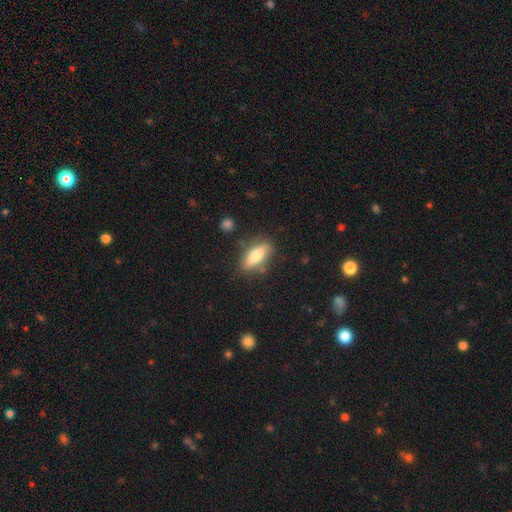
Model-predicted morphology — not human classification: Smooth or featured?
  - smooth: 68% *
  - featured or disk: 25%
  - star or artifact: 7%
How rounded?
  - in between: 65% *
  - cigar-shaped: 32%
  - round: 3%
Merging?
  - none: 80% *
  - minor disturbance: 13%
  - major disturbance: 4%
  - merger: 3%